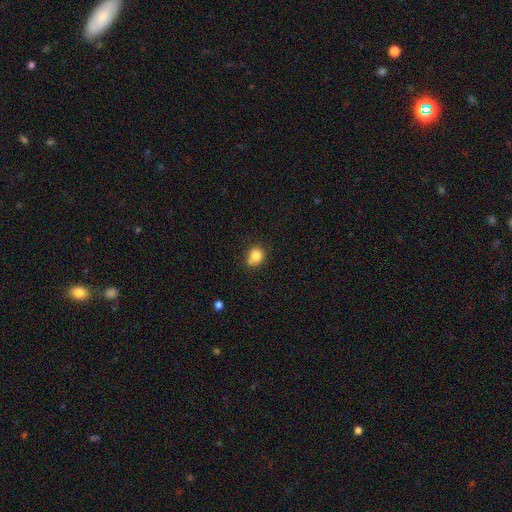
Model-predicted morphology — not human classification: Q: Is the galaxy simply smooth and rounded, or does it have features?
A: smooth — 82%.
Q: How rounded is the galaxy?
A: round — 75%.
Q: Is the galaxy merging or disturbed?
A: none — 58%.